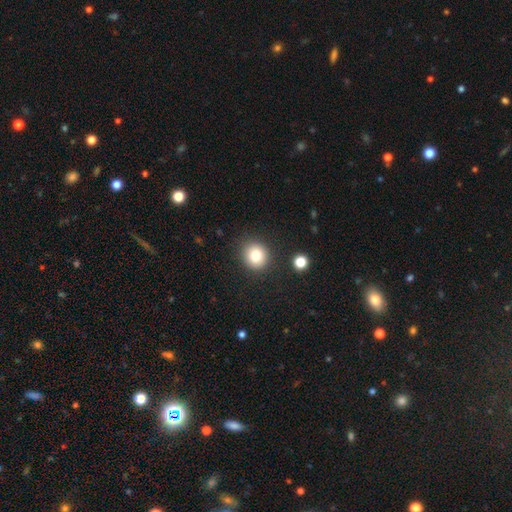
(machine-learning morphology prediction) smooth 81%, star or artifact 11%, featured or disk 8%. Down the decision tree: how rounded — round (86%); merging — none (88%).